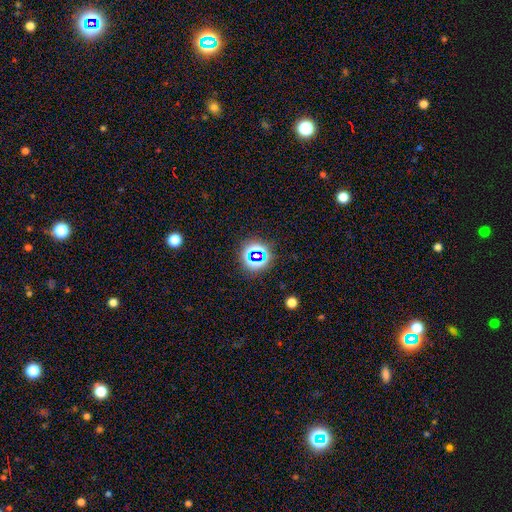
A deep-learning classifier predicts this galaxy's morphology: Smooth or featured? Predicted: star or artifact (p=0.68).